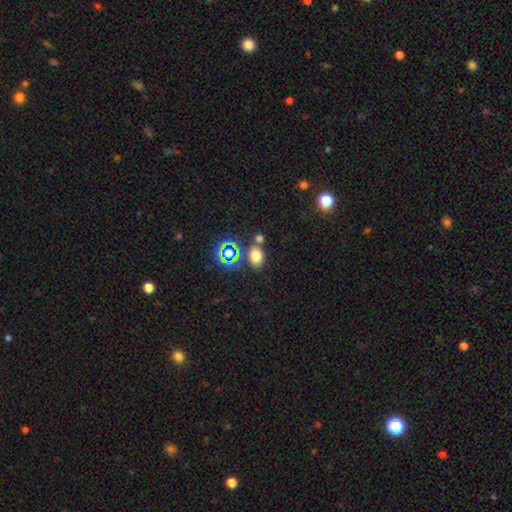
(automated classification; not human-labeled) smooth_or_featured: smooth (p=0.70) [alt: star or artifact p=0.22]
how_rounded: in between (p=0.67) [alt: round p=0.32]
merging: none (p=0.67) [alt: merger p=0.17]